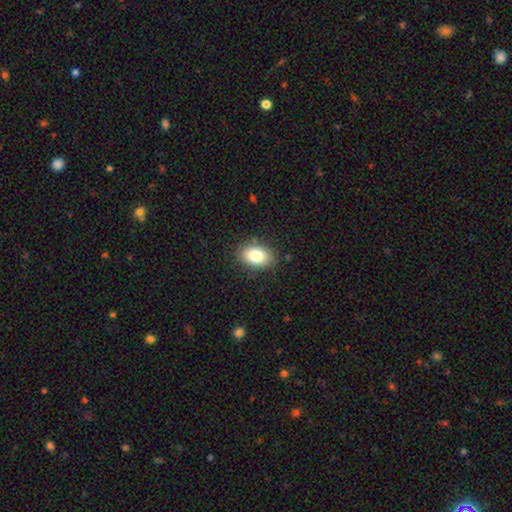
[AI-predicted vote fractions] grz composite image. It shows a smooth galaxy with no disk features (80%) that is in between round and cigar-shaped (87%). Merging: none (86%).